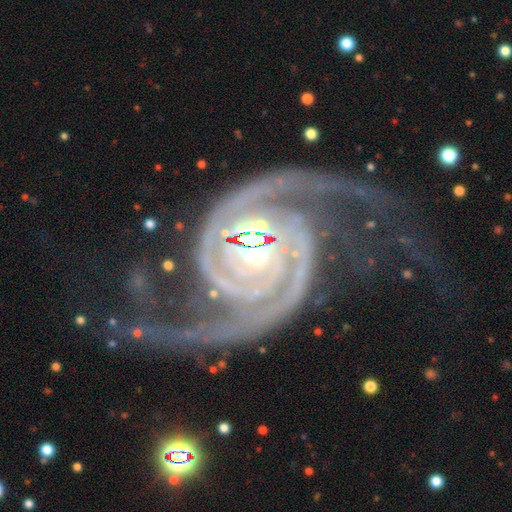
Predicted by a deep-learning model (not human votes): Smooth or featured? featured or disk (94%)
Edge-on disk? no (98%)
Bar? no (46%)
Spiral arms? yes (99%)
Spiral winding? medium (46%)
Spiral arm count? 2 (86%)
Bulge size? moderate (51%)
Merging? none (57%)